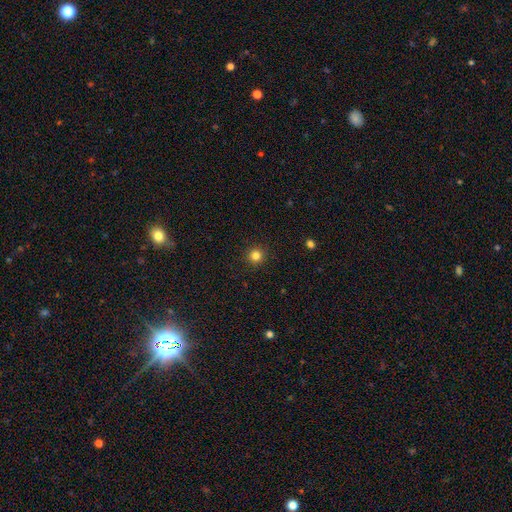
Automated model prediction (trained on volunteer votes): Smooth or featured?
  - smooth: 83% *
  - star or artifact: 13%
  - featured or disk: 4%
How rounded?
  - round: 94% *
  - in between: 5%
  - cigar-shaped: 1%
Merging?
  - none: 92% *
  - minor disturbance: 5%
  - major disturbance: 2%
  - merger: 1%